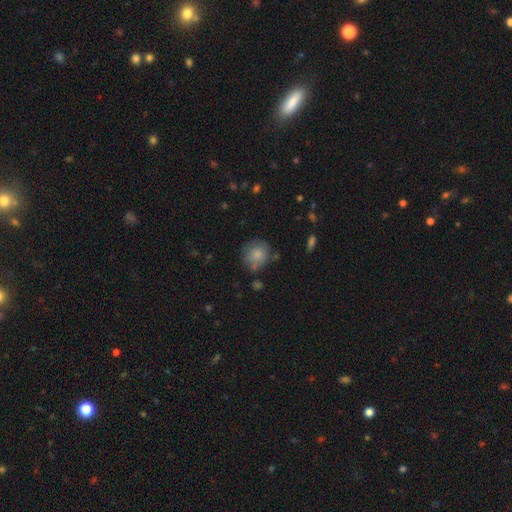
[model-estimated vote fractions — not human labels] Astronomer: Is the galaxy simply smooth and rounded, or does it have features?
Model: smooth — 79%.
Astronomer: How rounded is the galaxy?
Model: round — 87%.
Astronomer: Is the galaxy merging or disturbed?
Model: none — 66%.